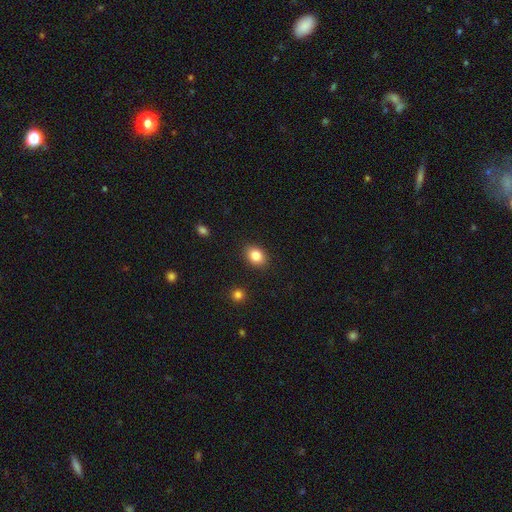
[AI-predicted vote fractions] The model was most divided on "how rounded": in between: 62%, round: 37%, cigar-shaped: 1%. More confident: merging — none (88%); smooth or featured — smooth (84%).